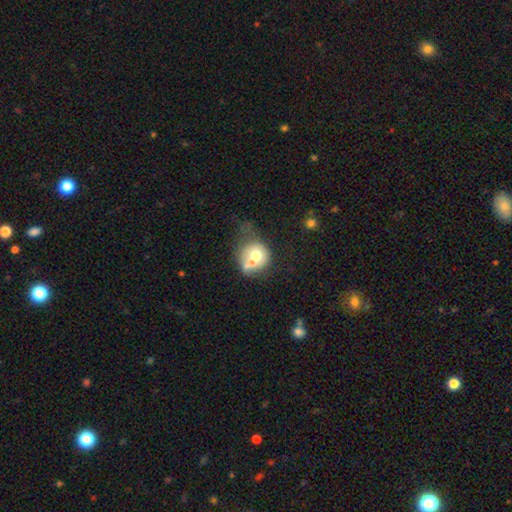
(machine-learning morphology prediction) Smooth or featured? Predicted: smooth (p=0.60). How rounded? Predicted: round (p=0.81). Merging? Predicted: merger (p=0.50).